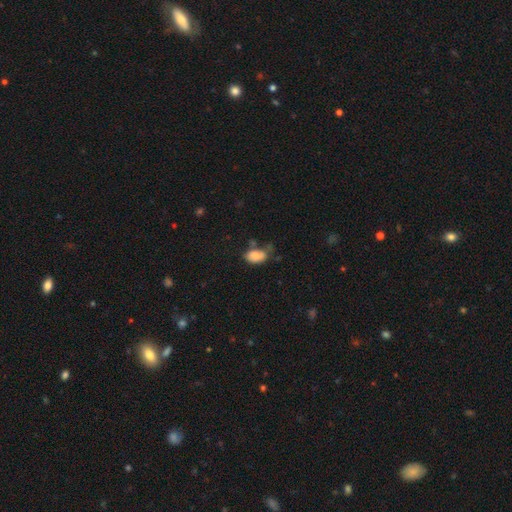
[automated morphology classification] A smooth galaxy with no disk features (82%) that is in between round and cigar-shaped (87%).

Vote fractions:
- Smooth or featured? smooth: 82% / featured or disk: 10% / star or artifact: 9%
- How rounded? in between: 87% / round: 12% / cigar-shaped: 1%
- Merging? none: 44% / minor disturbance: 31% / major disturbance: 13% / merger: 12%